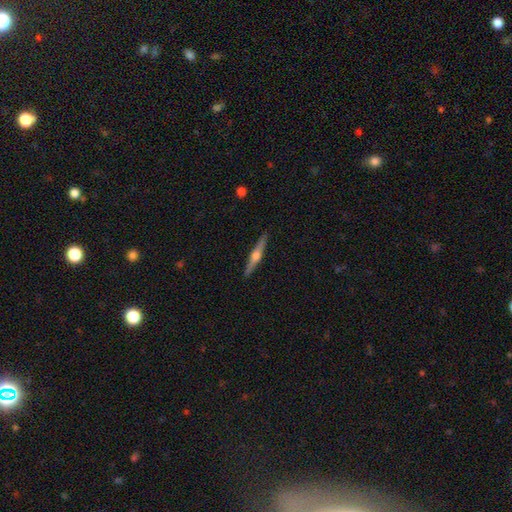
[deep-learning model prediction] Smooth or featured? featured or disk (72%)
Edge-on disk? yes (98%)
Edge-on bulge? rounded (92%)
Merging? none (91%)